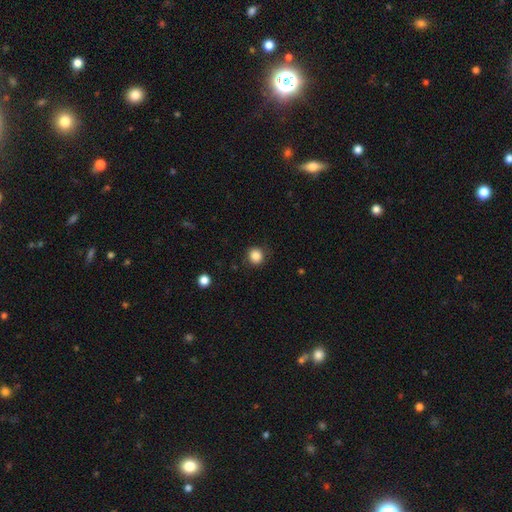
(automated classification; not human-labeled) Smooth or featured? smooth (85%)
How rounded? round (92%)
Merging? none (86%)